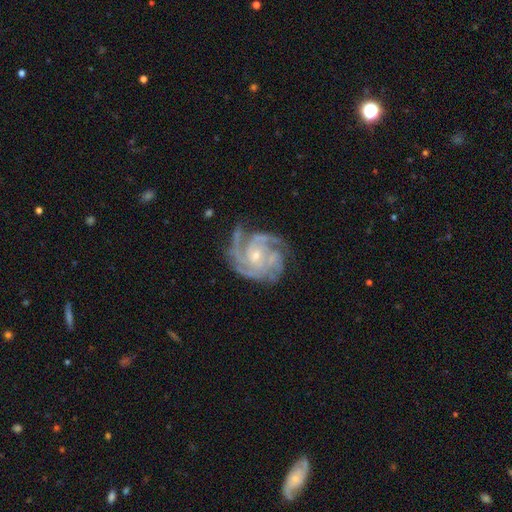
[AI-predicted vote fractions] Overall: featured or disk (92%). Edge-on disk: no (98%). Bar: no (67%). Spiral arms: yes (98%). Spiral arm count: 3 (38%; 4 29%). Spiral winding: tight (66%; medium 30%). Bulge size: small (70%). Merging: none (70%).